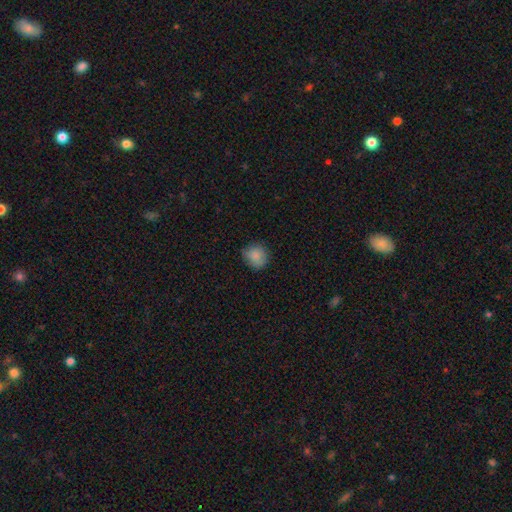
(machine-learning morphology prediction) Q: Smooth or featured?
A: smooth (86%); runner-up: star or artifact (9%)
Q: How rounded?
A: round (87%); runner-up: in between (12%)
Q: Merging?
A: none (80%); runner-up: minor disturbance (16%)